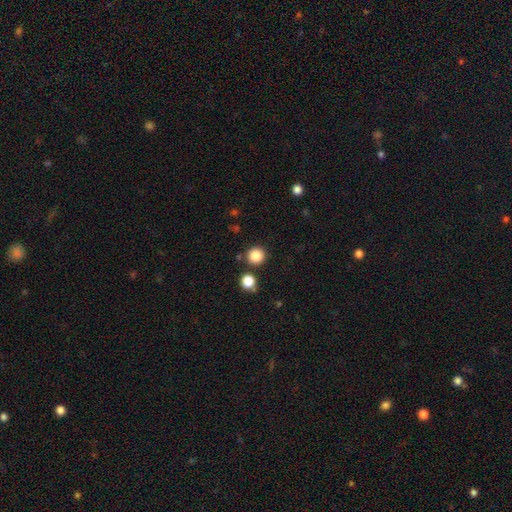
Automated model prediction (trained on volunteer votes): A smooth galaxy with no disk features (85%) that is round (94%).

Vote fractions:
- Smooth or featured? smooth: 85% / star or artifact: 11% / featured or disk: 4%
- How rounded? round: 94% / in between: 5% / cigar-shaped: 1%
- Merging? none: 86% / minor disturbance: 6% / merger: 5% / major disturbance: 2%